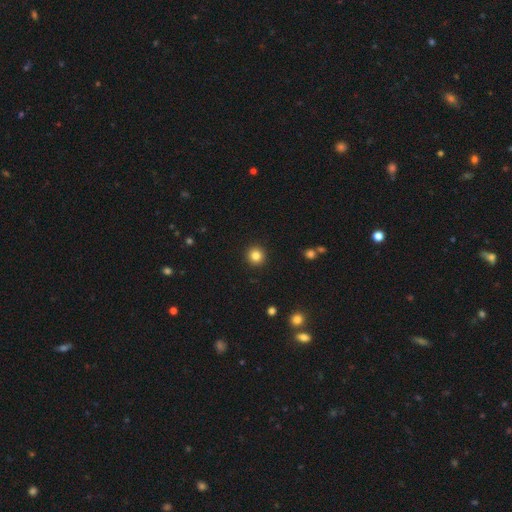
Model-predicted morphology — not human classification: type=smooth (83%); roundness=round (95%); merging=none (93%).